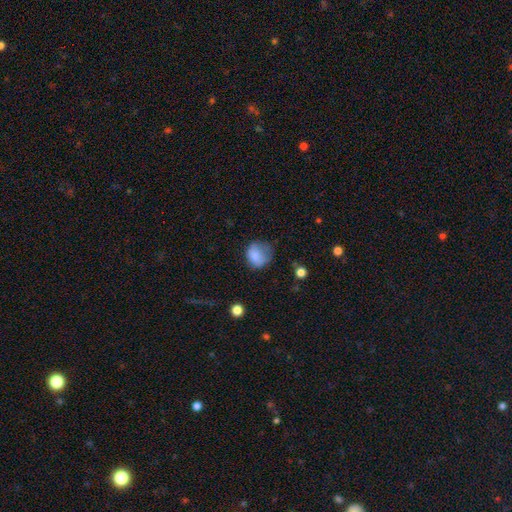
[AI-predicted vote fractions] A smooth galaxy with no disk features (80%) that is round (71%). Merging: none (49%).